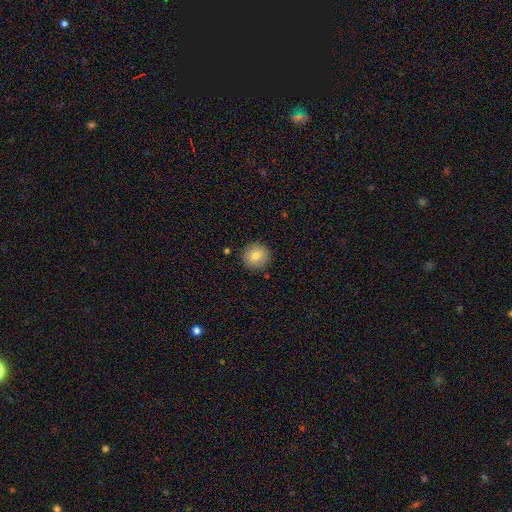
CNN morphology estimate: Overall: smooth (80%). How rounded: round (93%). Merging: none (88%).